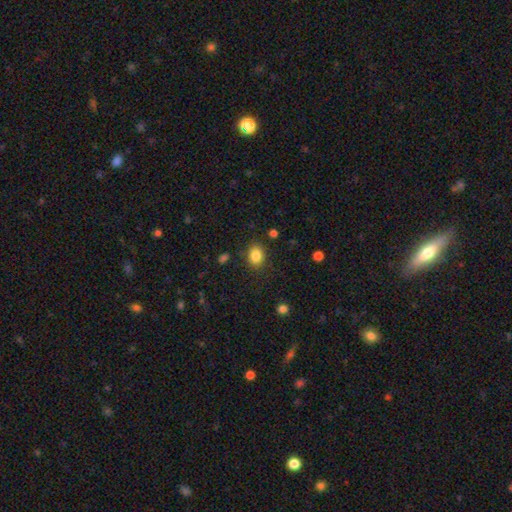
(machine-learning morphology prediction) This is clearly a smooth galaxy (85%). How rounded: possibly in between (53%). Merging: clearly none (82%).